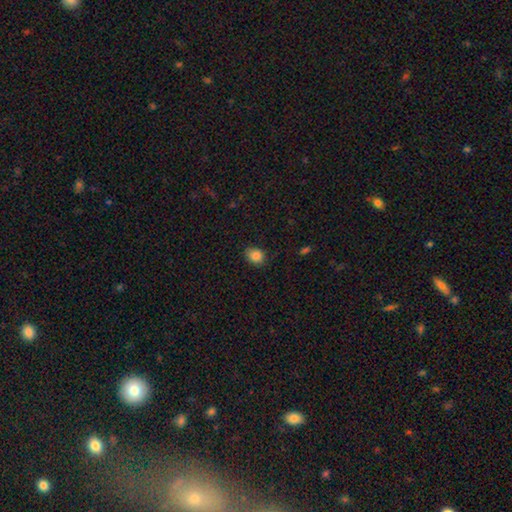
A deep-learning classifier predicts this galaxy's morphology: A smooth galaxy with no disk features (86%) that is in between round and cigar-shaped (51%).

Vote fractions:
- Smooth or featured? smooth: 86% / star or artifact: 10% / featured or disk: 4%
- How rounded? in between: 51% / round: 48% / cigar-shaped: 1%
- Merging? none: 78% / minor disturbance: 18% / major disturbance: 3% / merger: 1%